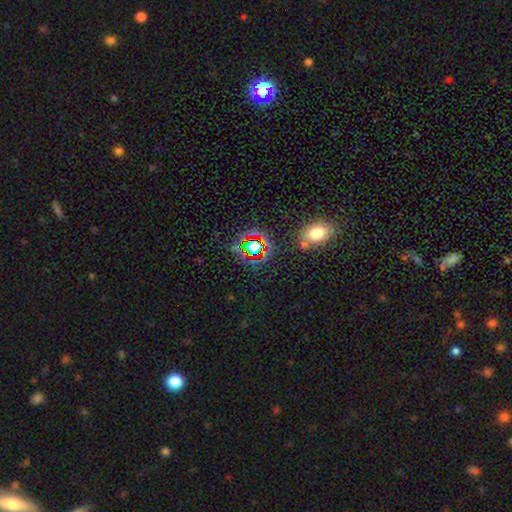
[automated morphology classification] Smooth or featured: star or artifact — 65% (smooth — 23%)